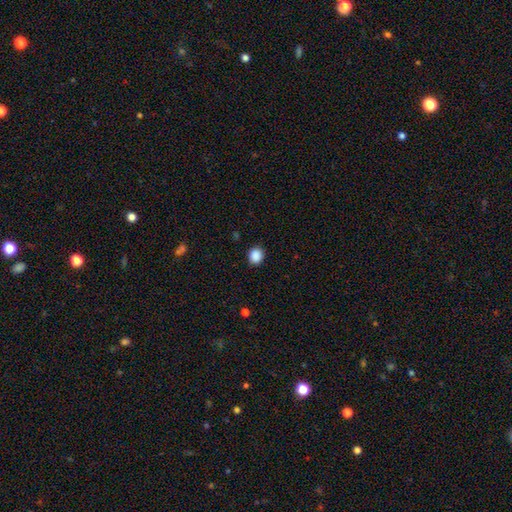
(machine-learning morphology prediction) This is clearly a smooth galaxy (88%). How rounded: likely round (74%). Merging: clearly none (89%).